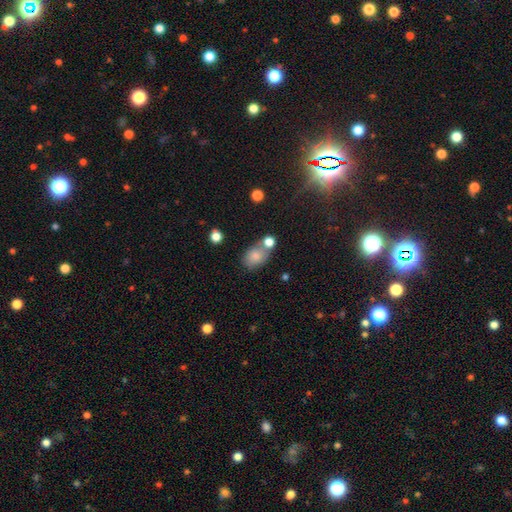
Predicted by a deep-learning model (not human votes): A smooth galaxy with no disk features (81%) that is in between round and cigar-shaped (78%).

Vote fractions:
- Smooth or featured? smooth: 81% / star or artifact: 10% / featured or disk: 9%
- How rounded? in between: 78% / round: 20% / cigar-shaped: 2%
- Merging? none: 52% / merger: 26% / minor disturbance: 16% / major disturbance: 6%